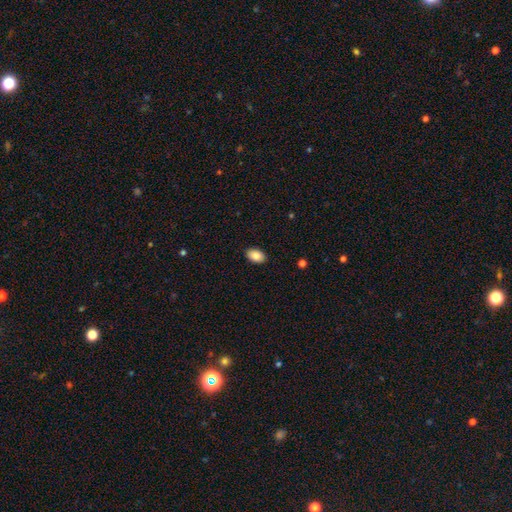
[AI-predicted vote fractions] smooth-or-featured: smooth: 88% | star or artifact: 7% | featured or disk: 5%
  how-rounded: in between: 91% | round: 8% | cigar-shaped: 1%
  merging: none: 89% | minor disturbance: 8% | major disturbance: 2% | merger: 1%